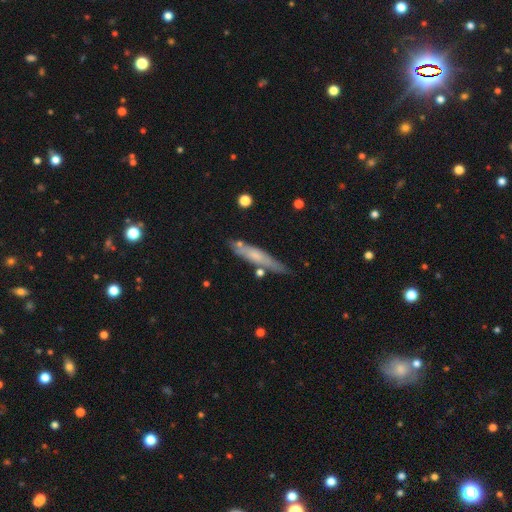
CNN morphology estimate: This appears to be a smooth galaxy with no disk features (53%) that is cigar-shaped (87%). Merging: none (71%).